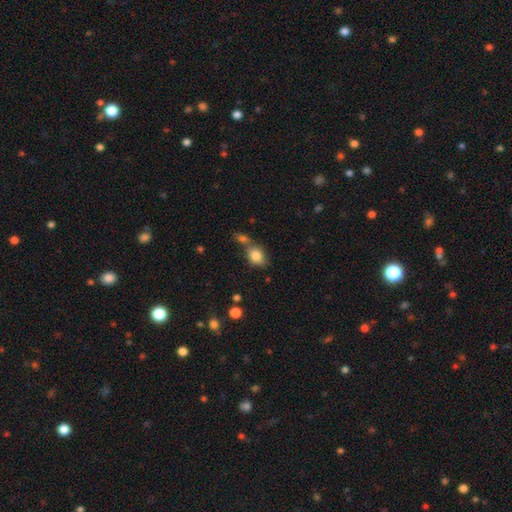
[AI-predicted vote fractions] Smooth or featured? smooth (83%)
How rounded? in between (66%)
Merging? none (51%)